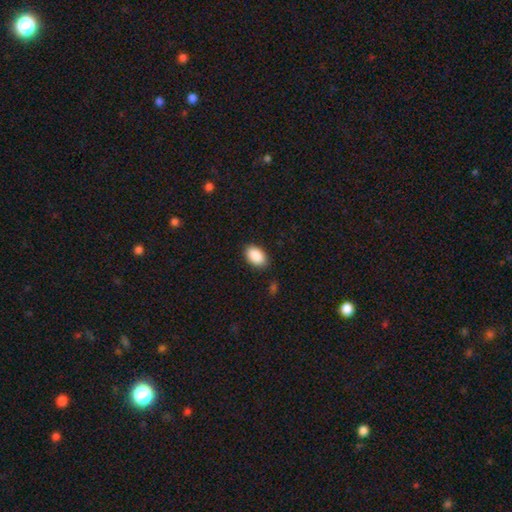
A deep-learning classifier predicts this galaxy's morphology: Smooth or featured: smooth — 90% (star or artifact — 6%)
How rounded: in between — 91% (round — 8%)
Merging: none — 87% (minor disturbance — 10%)